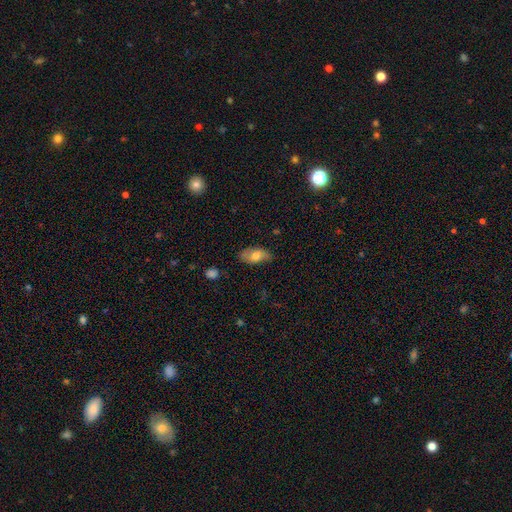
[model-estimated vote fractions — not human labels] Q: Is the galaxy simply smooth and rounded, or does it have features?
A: smooth — 67%.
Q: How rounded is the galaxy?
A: in between — 90%.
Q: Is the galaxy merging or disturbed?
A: none — 70%.